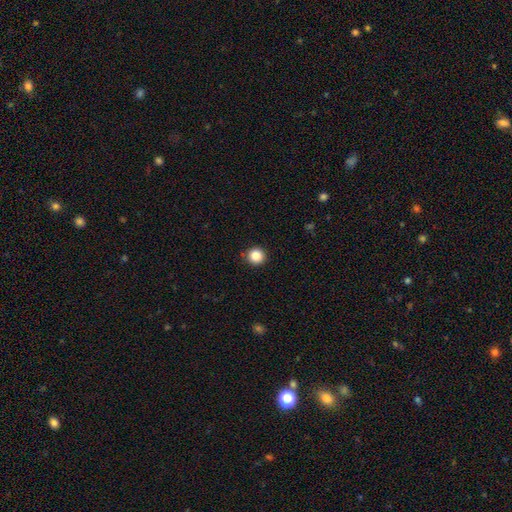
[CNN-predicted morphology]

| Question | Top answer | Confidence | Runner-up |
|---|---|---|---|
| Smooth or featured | smooth | 87% | star or artifact (10%) |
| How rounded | round | 94% | in between (5%) |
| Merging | none | 90% | minor disturbance (6%) |